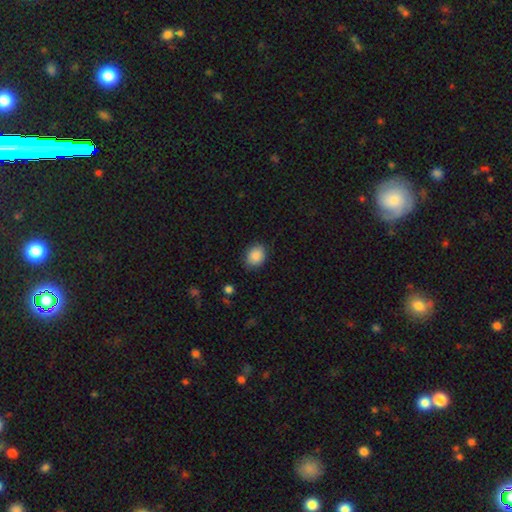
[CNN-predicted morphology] This is clearly a smooth galaxy (88%). How rounded: possibly in between (53%). Merging: clearly none (85%).